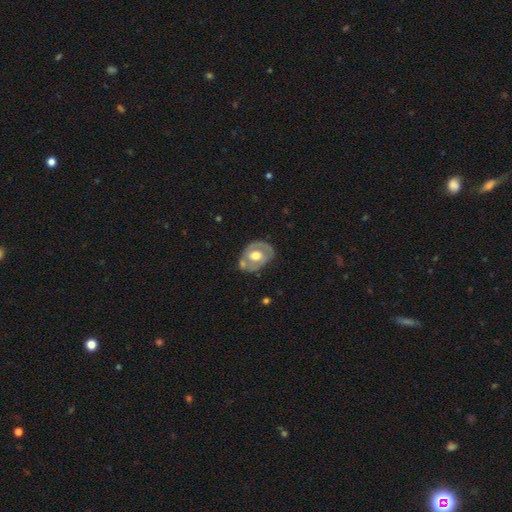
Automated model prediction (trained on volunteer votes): Smooth or featured?
  - featured or disk: 63% *
  - smooth: 32%
  - star or artifact: 5%
Edge-on disk?
  - no: 94% *
  - yes: 6%
Bar?
  - no: 69% *
  - weak: 24%
  - strong: 7%
Spiral arms?
  - no: 58% *
  - yes: 42%
Bulge size?
  - moderate: 61% *
  - large: 32%
  - small: 5%
  - dominant: 2%
  - none: 1%
Merging?
  - none: 60% *
  - minor disturbance: 23%
  - merger: 10%
  - major disturbance: 7%